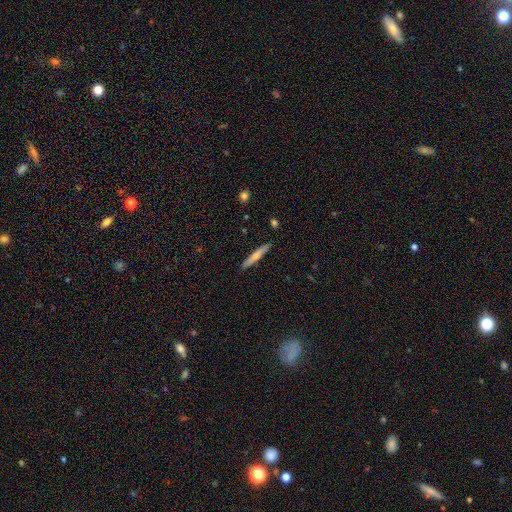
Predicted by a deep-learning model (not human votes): Smooth or featured: smooth — 64% (featured or disk — 30%)
How rounded: cigar-shaped — 94% (in between — 4%)
Merging: none — 90% (minor disturbance — 7%)